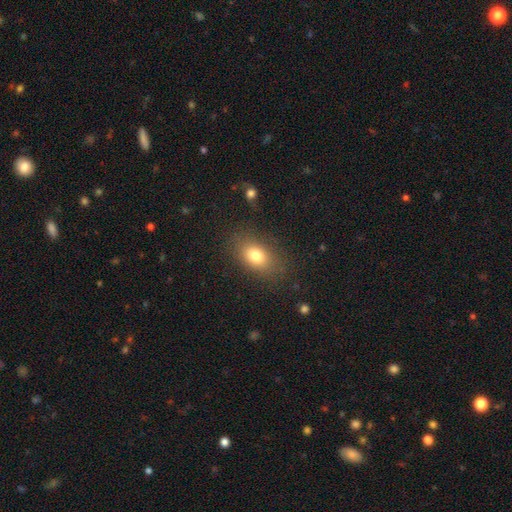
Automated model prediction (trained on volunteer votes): smooth 78%, featured or disk 11%, star or artifact 11%. Down the decision tree: how rounded — in between (79%); merging — none (82%).